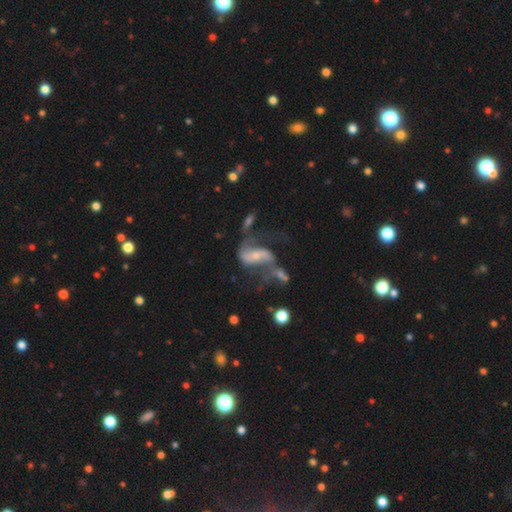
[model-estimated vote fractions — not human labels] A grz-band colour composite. It shows a featured or disk galaxy (80%) with no bar (36%), 2 (85%) loose (70%) spiral arms (88%) and a small central bulge (60%). Merging: major disturbance (29%, tied with none).